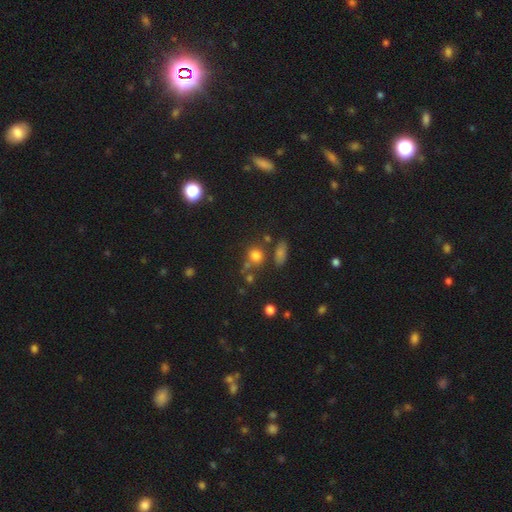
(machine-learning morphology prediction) smooth 75%, star or artifact 17%, featured or disk 8%. Down the decision tree: how rounded — round (79%); merging — none (66%).